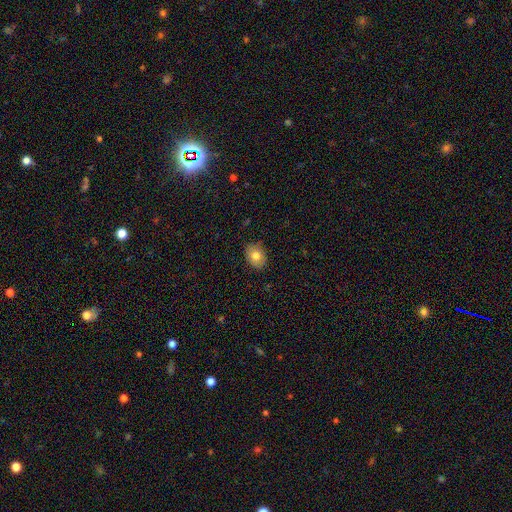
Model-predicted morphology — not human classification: Smooth or featured?
  - smooth: 78% *
  - featured or disk: 14%
  - star or artifact: 9%
How rounded?
  - in between: 64% *
  - round: 35%
  - cigar-shaped: 1%
Merging?
  - none: 86% *
  - minor disturbance: 11%
  - major disturbance: 2%
  - merger: 1%